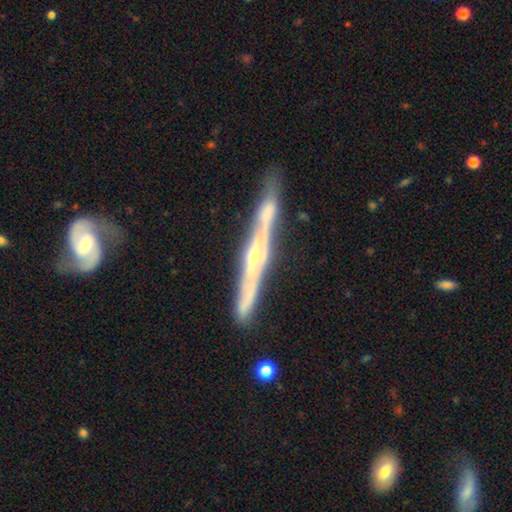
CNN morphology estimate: A featured or disk galaxy (82%) viewed edge-on (94%) with a rounded central bulge (66%).

Vote fractions:
- Smooth or featured? featured or disk: 82% / smooth: 13% / star or artifact: 5%
- Edge-on disk? yes: 94% / no: 6%
- Edge-on bulge? rounded: 66% / none: 24% / boxy: 10%
- Merging? none: 73% / minor disturbance: 17% / merger: 7% / major disturbance: 4%